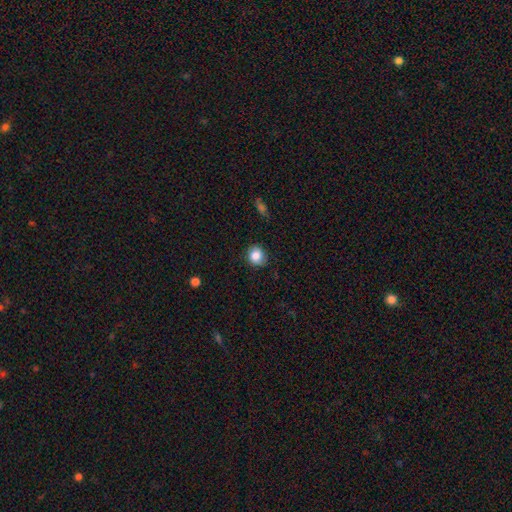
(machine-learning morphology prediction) This appears to be a smooth galaxy with no disk features (85%) that is round (78%). Merging: none (79%).